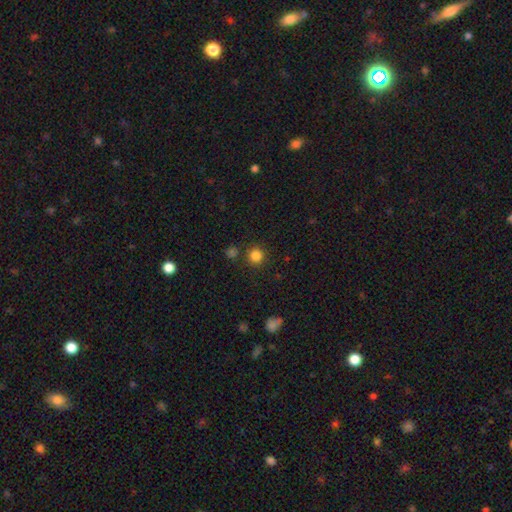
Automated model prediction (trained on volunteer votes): Smooth or featured: smooth — 83% (star or artifact — 13%)
How rounded: round — 94% (in between — 5%)
Merging: none — 86% (minor disturbance — 6%)